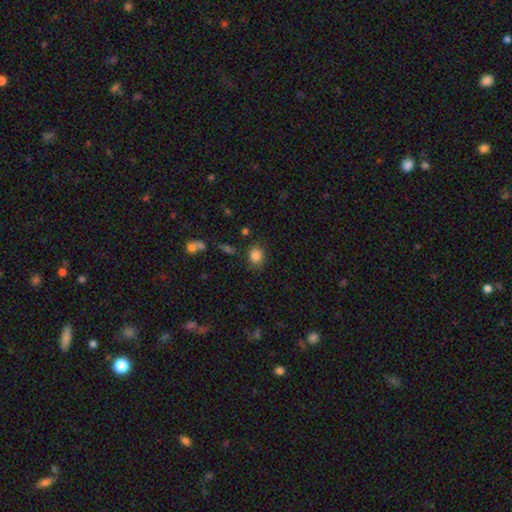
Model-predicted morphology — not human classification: The model was most divided on "how rounded": round: 62%, in between: 37%, cigar-shaped: 1%. More confident: smooth or featured — smooth (84%); merging — none (80%).